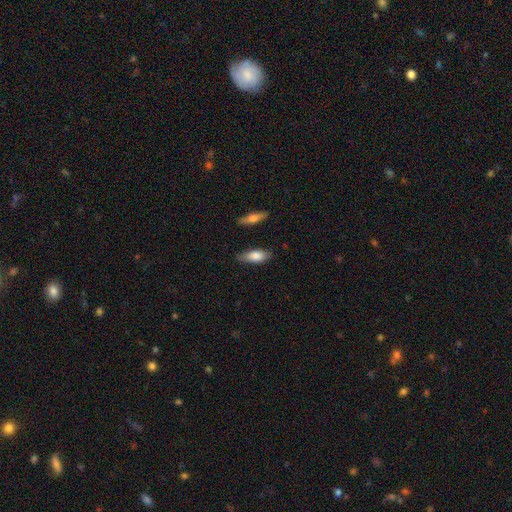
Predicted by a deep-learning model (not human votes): Overall: smooth (77%). How rounded: in between (70%). Merging: none (77%).